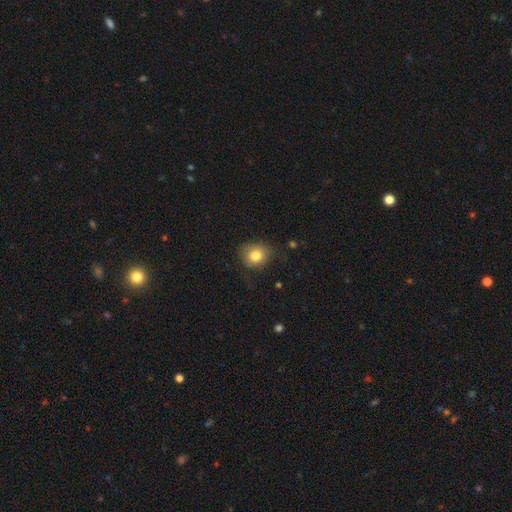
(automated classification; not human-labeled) Smooth or featured?
  - smooth: 82% *
  - star or artifact: 9%
  - featured or disk: 9%
How rounded?
  - round: 72% *
  - in between: 27%
  - cigar-shaped: 1%
Merging?
  - none: 67% *
  - minor disturbance: 24%
  - major disturbance: 7%
  - merger: 2%